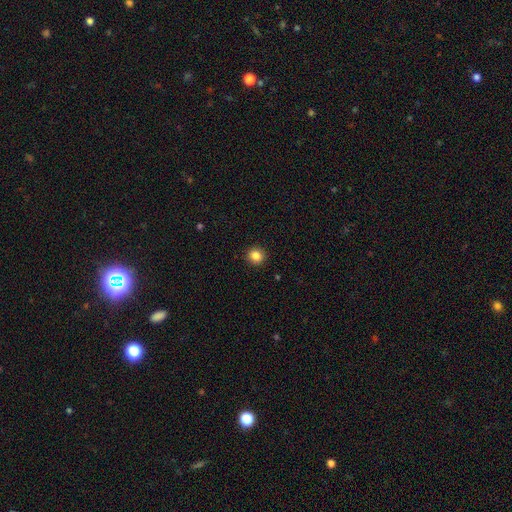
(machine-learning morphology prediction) Smooth or featured: smooth — 85% (star or artifact — 10%)
How rounded: round — 90% (in between — 9%)
Merging: none — 92% (minor disturbance — 5%)